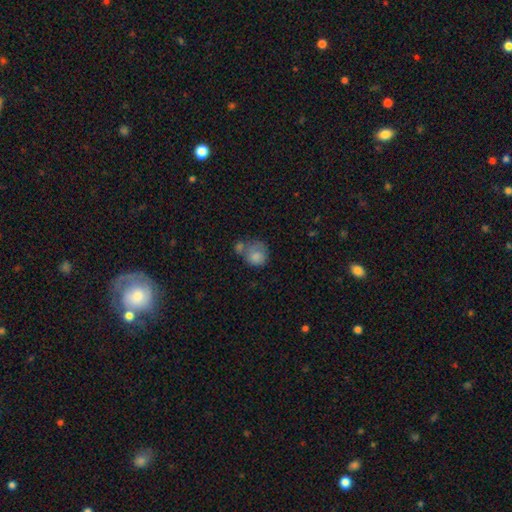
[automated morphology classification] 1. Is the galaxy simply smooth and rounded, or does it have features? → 79% smooth, 12% featured or disk, 9% star or artifact.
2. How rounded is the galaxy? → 72% round, 28% in between, 1% cigar-shaped.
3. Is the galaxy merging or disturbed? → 38% merger, 31% none, 18% minor disturbance, 13% major disturbance.